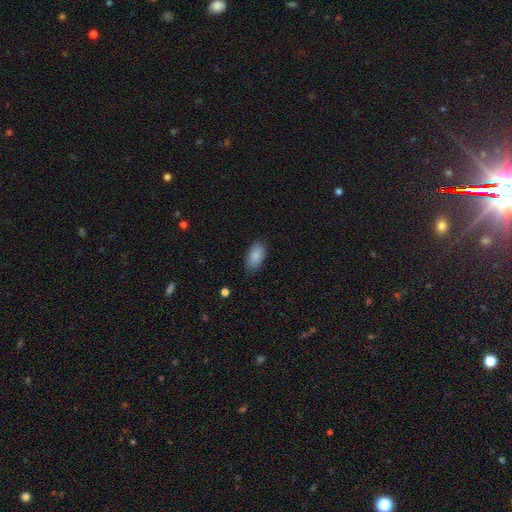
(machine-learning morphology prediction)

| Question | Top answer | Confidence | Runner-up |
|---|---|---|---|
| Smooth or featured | smooth | 88% | star or artifact (7%) |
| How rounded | in between | 93% | cigar-shaped (4%) |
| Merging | none | 76% | minor disturbance (19%) |